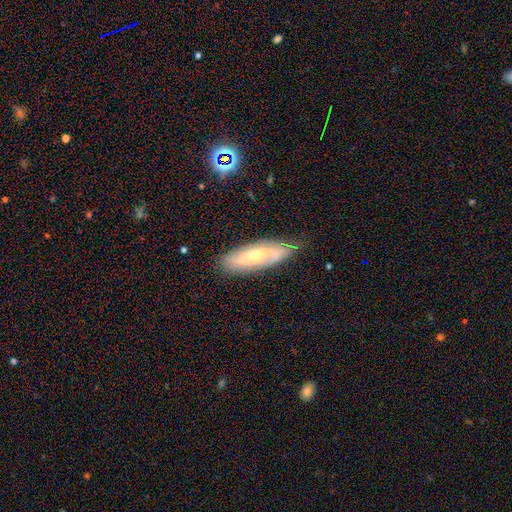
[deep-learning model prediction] This is likely a featured or disk galaxy (67%). It is likely not viewed edge-on (78%). Bar: possibly no (48%). Spiral arm pattern: clearly yes (86%). Central bulge: possibly moderate (51%). Merging: likely none (71%).